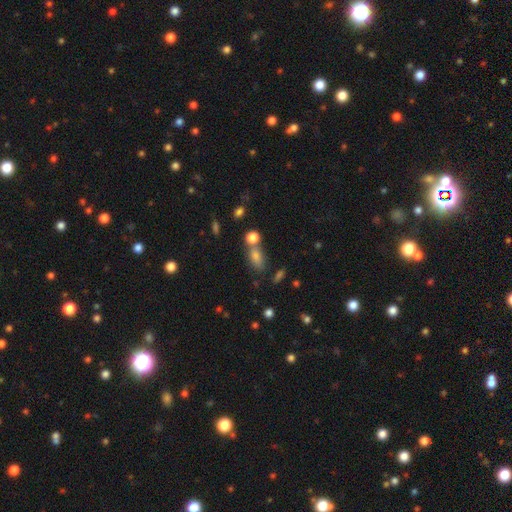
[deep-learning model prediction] smooth_or_featured: smooth (p=0.74) [alt: star or artifact p=0.15]
how_rounded: in between (p=0.75) [alt: round p=0.16]
merging: none (p=0.54) [alt: merger p=0.27]